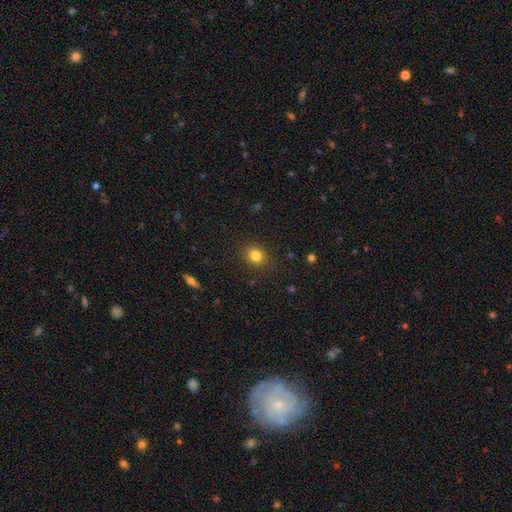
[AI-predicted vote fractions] Smooth or featured? smooth (82%)
How rounded? round (70%)
Merging? none (87%)